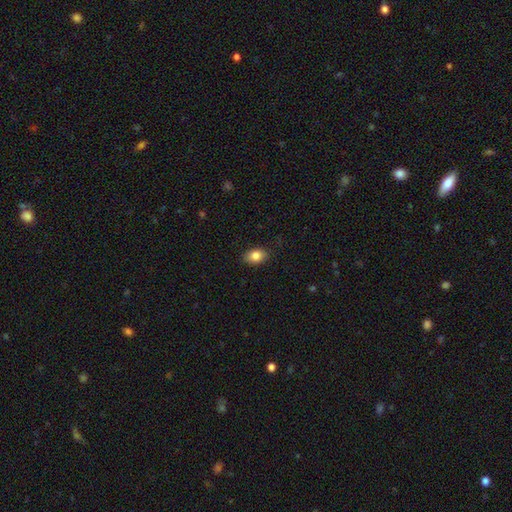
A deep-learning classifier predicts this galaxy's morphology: Smooth or featured: smooth — 85% (star or artifact — 8%)
How rounded: in between — 84% (round — 15%)
Merging: none — 87% (minor disturbance — 10%)